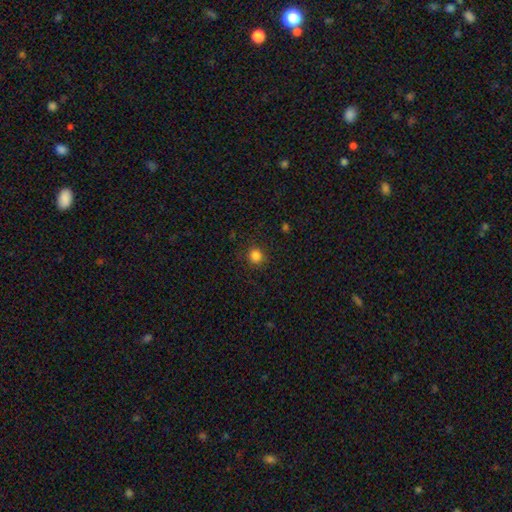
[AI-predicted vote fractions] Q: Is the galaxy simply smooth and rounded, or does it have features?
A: smooth — 84%.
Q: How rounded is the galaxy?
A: round — 93%.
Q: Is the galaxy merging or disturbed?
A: none — 88%.